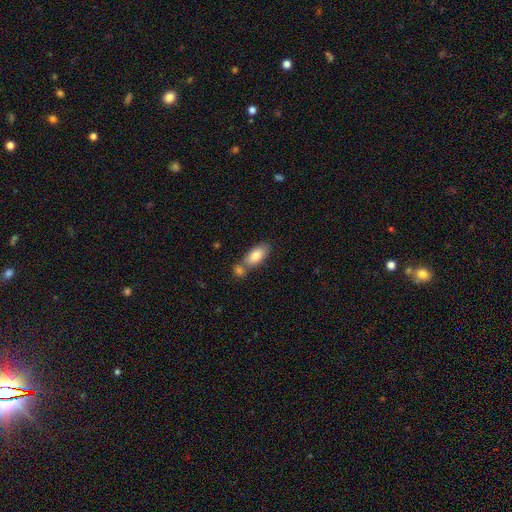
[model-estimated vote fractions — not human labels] Overall: smooth (82%). How rounded: in between (90%). Merging: none (51%; merger 33%).